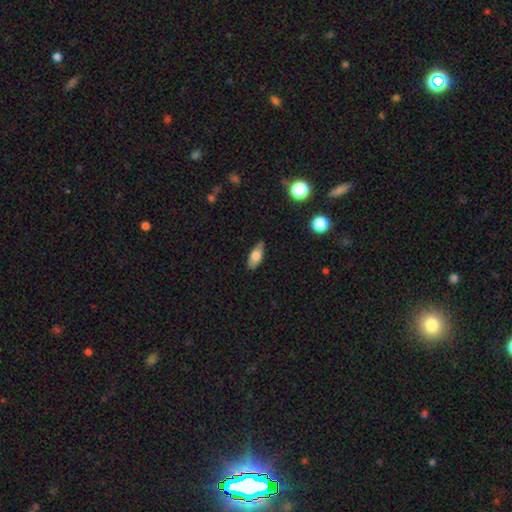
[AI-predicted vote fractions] This appears to be a smooth galaxy with no disk features (74%) that is in between round and cigar-shaped (79%). Merging: none (82%).